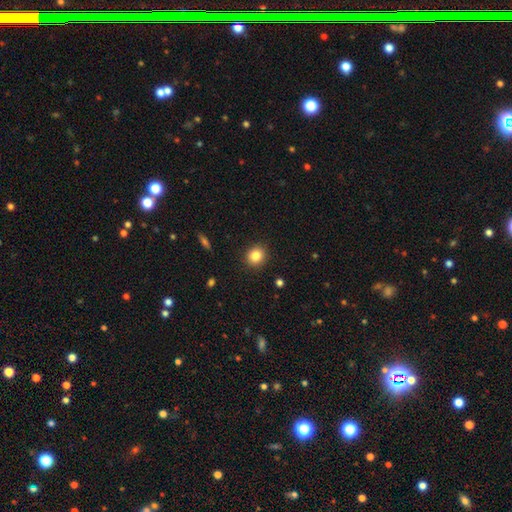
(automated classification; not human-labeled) A smooth galaxy with no disk features (84%) that is round (84%). Merging: none (91%).